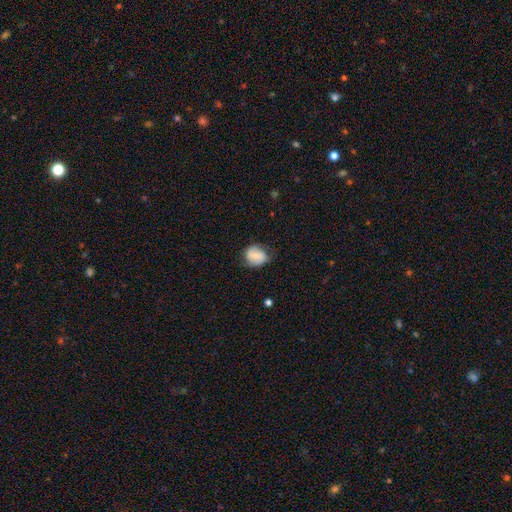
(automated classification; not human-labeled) Smooth or featured? smooth (51%)
How rounded? round (65%)
Merging? none (65%)